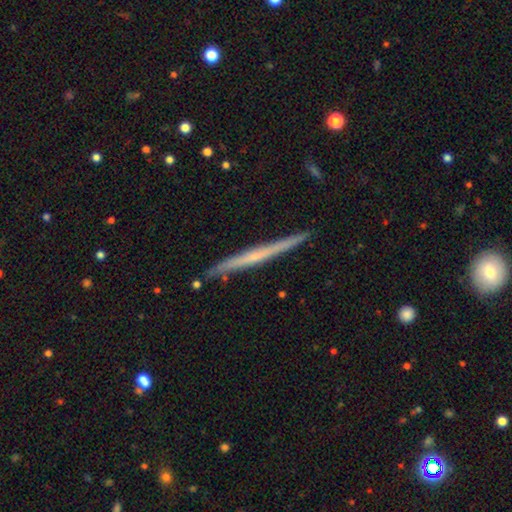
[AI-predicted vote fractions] Q: Smooth or featured?
A: featured or disk (62%); runner-up: smooth (32%)
Q: Edge-on disk?
A: yes (97%); runner-up: no (3%)
Q: Edge-on bulge?
A: none (74%); runner-up: rounded (21%)
Q: Merging?
A: none (89%); runner-up: minor disturbance (8%)